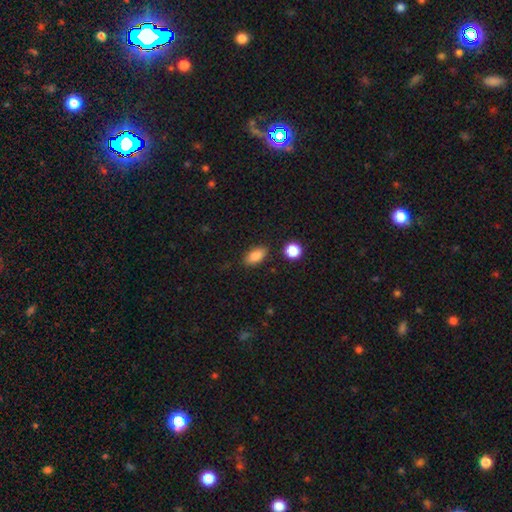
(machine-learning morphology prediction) The model was most divided on "merging": none: 85%, minor disturbance: 10%, merger: 3%, major disturbance: 3%. More confident: how rounded — in between (88%); smooth or featured — smooth (85%).